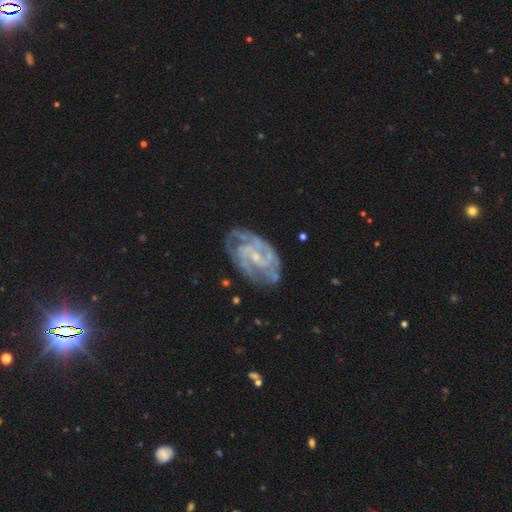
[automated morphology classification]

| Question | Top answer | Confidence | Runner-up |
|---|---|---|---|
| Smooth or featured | featured or disk | 86% | smooth (8%) |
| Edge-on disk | no | 97% | yes (3%) |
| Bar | no | 52% | weak (38%) |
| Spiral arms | yes | 94% | no (6%) |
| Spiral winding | tight | 51% | medium (40%) |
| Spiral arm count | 2 | 28% | 3 (25%) |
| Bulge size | small | 73% | moderate (19%) |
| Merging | none | 68% | minor disturbance (21%) |